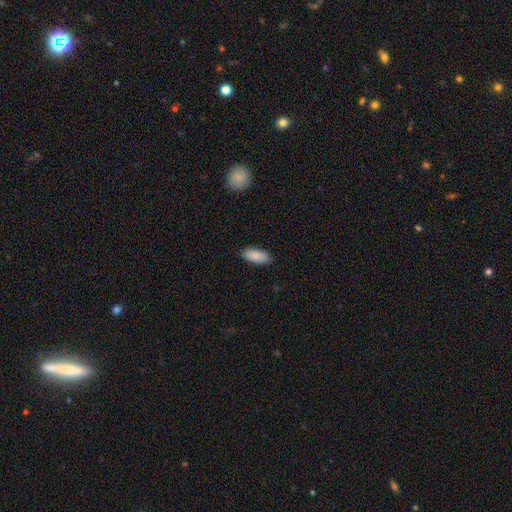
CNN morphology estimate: smooth-or-featured: smooth: 89% | star or artifact: 6% | featured or disk: 5%
  how-rounded: in between: 86% | cigar-shaped: 12% | round: 2%
  merging: none: 89% | minor disturbance: 8% | major disturbance: 2% | merger: 1%